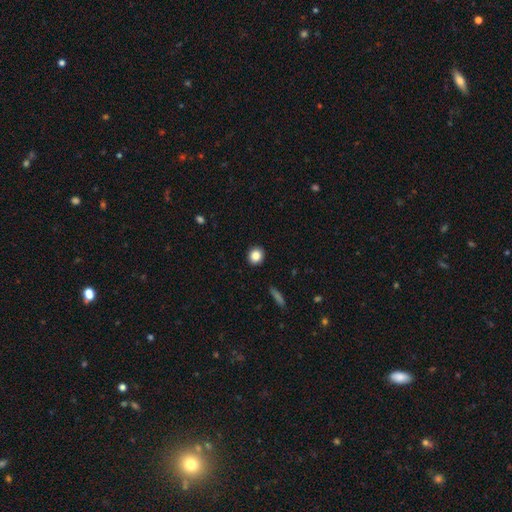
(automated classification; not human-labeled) Smooth or featured? smooth (85%)
How rounded? round (83%)
Merging? none (92%)